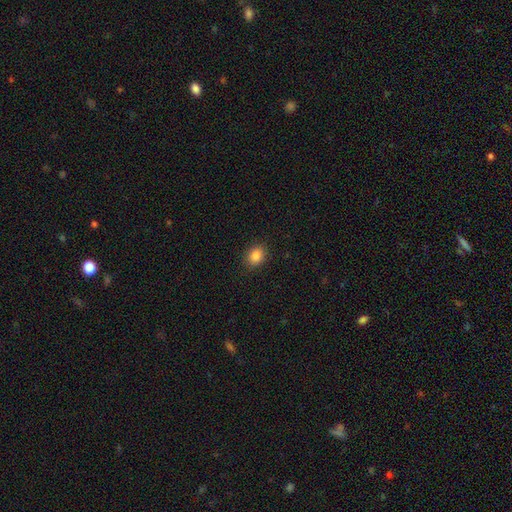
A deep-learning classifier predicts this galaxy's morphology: This appears to be a smooth galaxy with no disk features (85%) that is in between round and cigar-shaped (52%). Merging: none (89%).